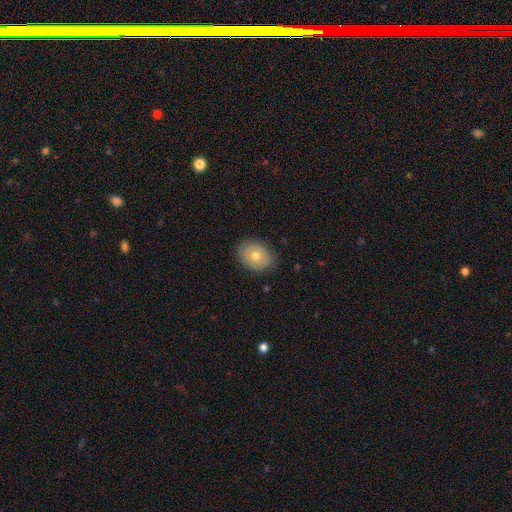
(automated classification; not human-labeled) Overall: smooth (64%; featured or disk 27%). How rounded: in between (59%; round 40%). Merging: none (83%).